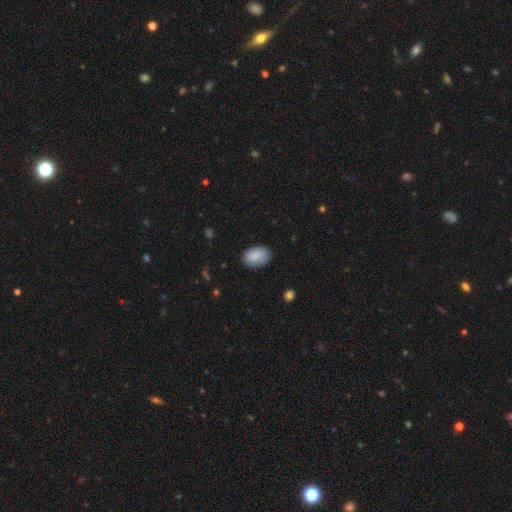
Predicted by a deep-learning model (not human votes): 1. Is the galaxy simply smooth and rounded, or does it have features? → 85% smooth, 9% featured or disk, 7% star or artifact.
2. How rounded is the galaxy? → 88% in between, 11% round, 1% cigar-shaped.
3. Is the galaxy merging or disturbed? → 81% none, 15% minor disturbance, 3% major disturbance, 1% merger.